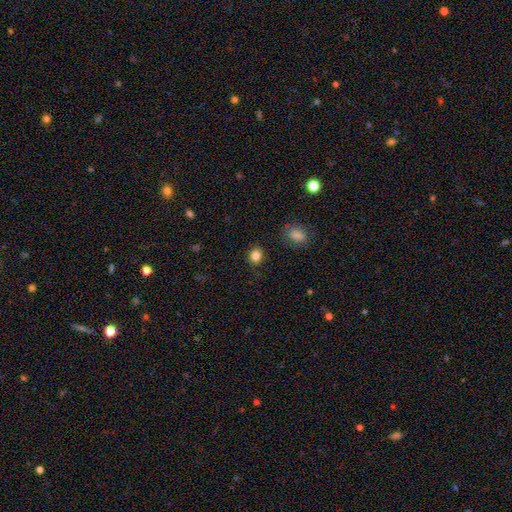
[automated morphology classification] Q: Smooth or featured?
A: smooth (84%); runner-up: star or artifact (11%)
Q: How rounded?
A: round (73%); runner-up: in between (26%)
Q: Merging?
A: none (89%); runner-up: minor disturbance (8%)